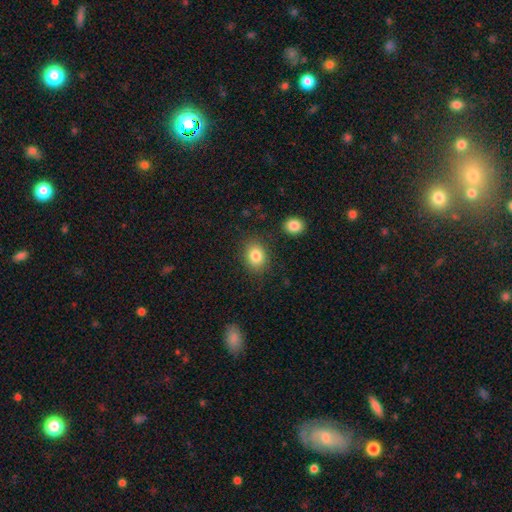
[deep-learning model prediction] Overall: smooth (83%). How rounded: round (51%; in between 48%). Merging: none (84%).